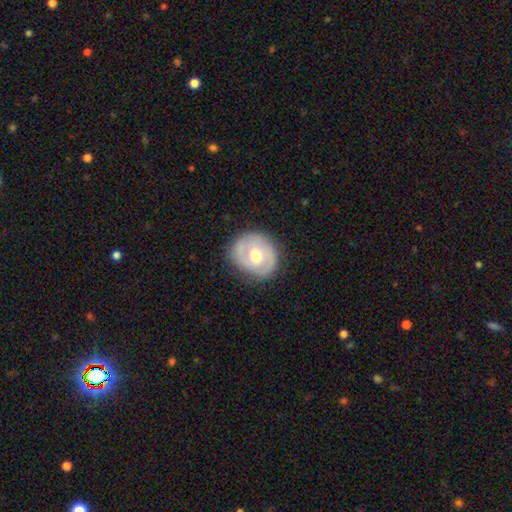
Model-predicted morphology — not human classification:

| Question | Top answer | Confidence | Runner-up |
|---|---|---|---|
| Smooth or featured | featured or disk | 59% | smooth (35%) |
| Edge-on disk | no | 96% | yes (4%) |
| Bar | no | 67% | weak (26%) |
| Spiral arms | yes | 59% | no (41%) |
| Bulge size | moderate | 78% | large (10%) |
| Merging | none | 79% | minor disturbance (15%) |